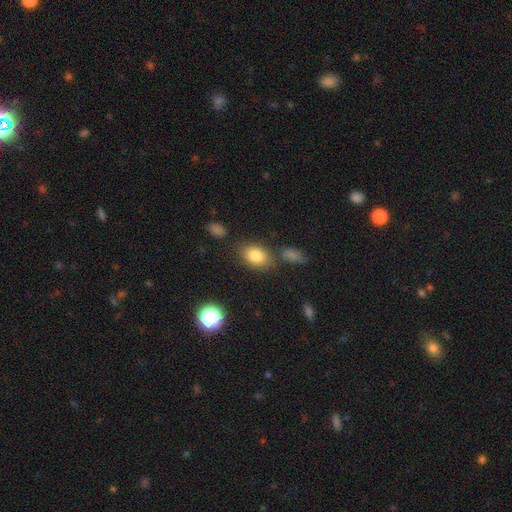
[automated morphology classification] Smooth or featured: smooth — 82% (star or artifact — 10%)
How rounded: in between — 80% (round — 19%)
Merging: none — 74% (minor disturbance — 14%)